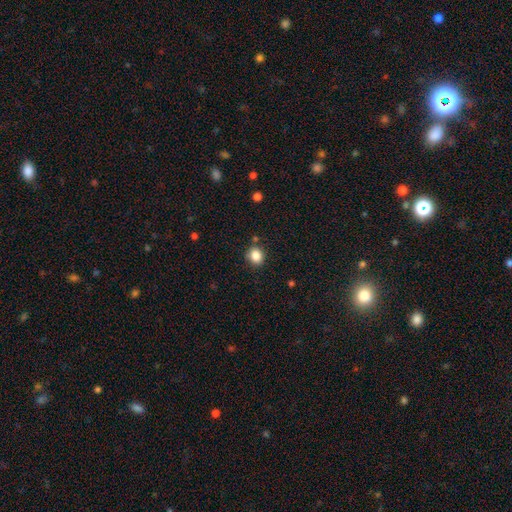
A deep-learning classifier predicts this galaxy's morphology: This is clearly a smooth galaxy (85%). How rounded: likely round (75%). Merging: clearly none (82%).